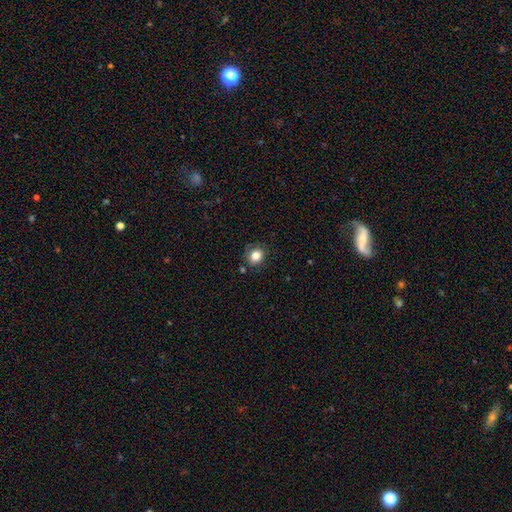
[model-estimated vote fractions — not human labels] smooth_or_featured: smooth (p=0.83) [alt: star or artifact p=0.11]
how_rounded: round (p=0.76) [alt: in between p=0.23]
merging: none (p=0.81) [alt: minor disturbance p=0.13]